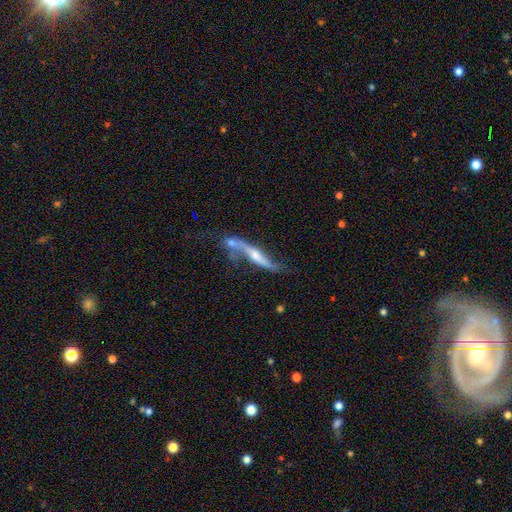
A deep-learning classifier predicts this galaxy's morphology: This is likely a featured or disk galaxy (74%). It is possibly viewed edge-on (57%). Merging: marginally merger (37%).